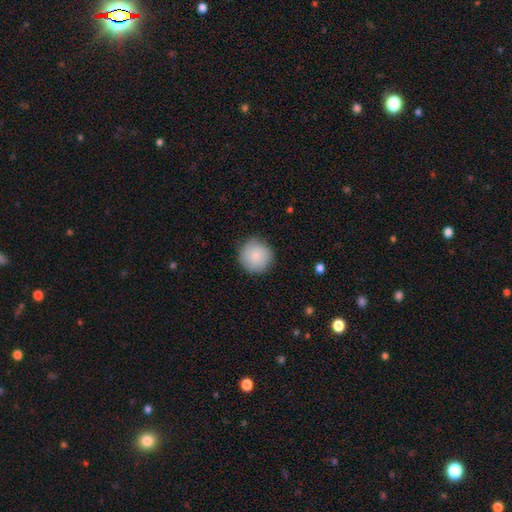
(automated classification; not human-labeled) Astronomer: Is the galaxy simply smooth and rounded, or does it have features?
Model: smooth — 86%.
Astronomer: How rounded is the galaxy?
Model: round — 95%.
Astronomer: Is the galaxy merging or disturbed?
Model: none — 86%.